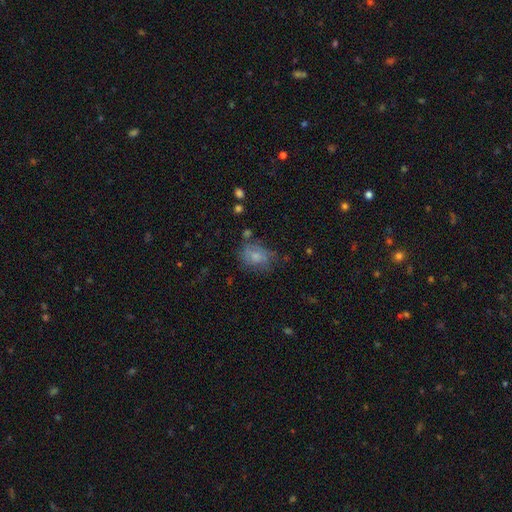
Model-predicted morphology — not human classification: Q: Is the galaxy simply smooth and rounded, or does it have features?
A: smooth — 64%.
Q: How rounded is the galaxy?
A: in between — 56%.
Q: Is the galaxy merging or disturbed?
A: none — 52%.